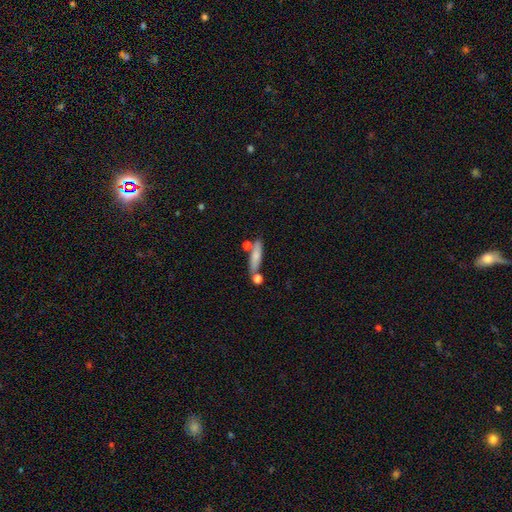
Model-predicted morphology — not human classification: Q: Smooth or featured?
A: smooth (72%); runner-up: featured or disk (21%)
Q: How rounded?
A: cigar-shaped (75%); runner-up: in between (22%)
Q: Merging?
A: none (67%); runner-up: merger (16%)